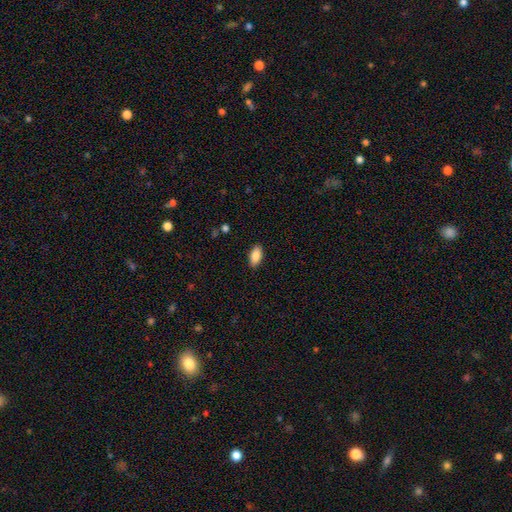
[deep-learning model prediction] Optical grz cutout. It shows a smooth galaxy with no disk features (87%) that is in between round and cigar-shaped (91%). Merging: none (88%).